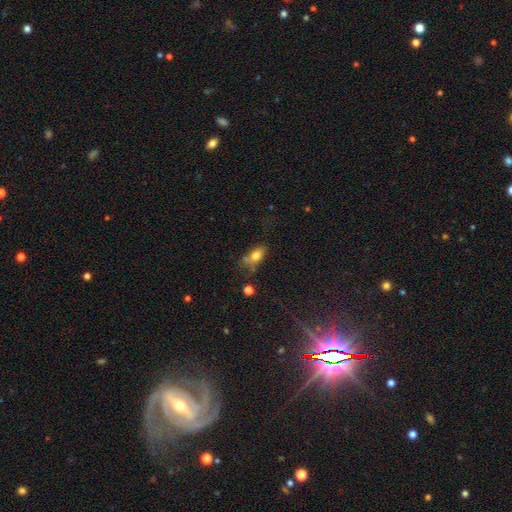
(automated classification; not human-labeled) smooth_or_featured: smooth (p=0.76) [alt: featured or disk p=0.13]
how_rounded: in between (p=0.82) [alt: round p=0.11]
merging: none (p=0.50) [alt: minor disturbance p=0.25]